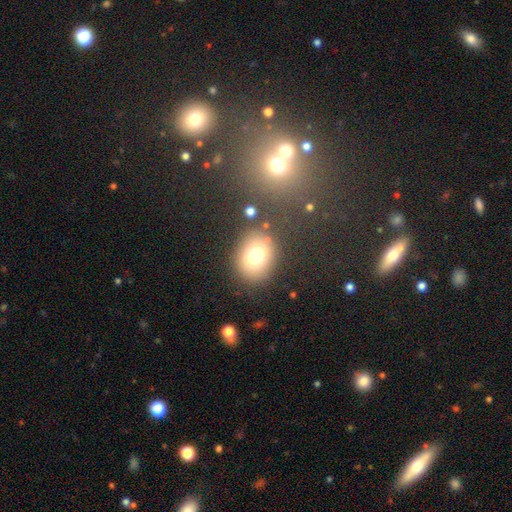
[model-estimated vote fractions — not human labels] Q: Smooth or featured?
A: smooth (77%); runner-up: star or artifact (12%)
Q: How rounded?
A: round (50%); runner-up: in between (49%)
Q: Merging?
A: none (79%); runner-up: minor disturbance (11%)